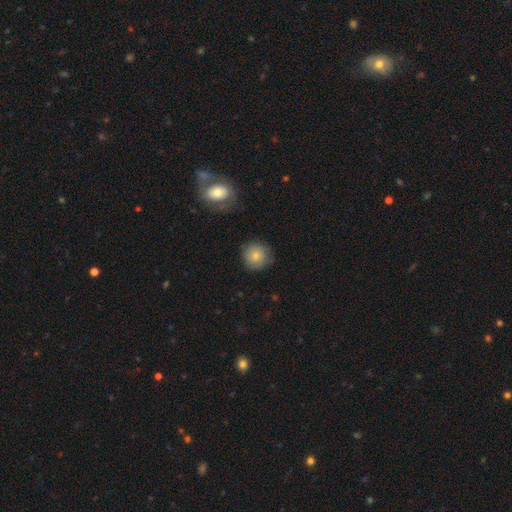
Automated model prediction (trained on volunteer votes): The model was most divided on "smooth or featured": smooth: 77%, featured or disk: 14%, star or artifact: 9%. More confident: how rounded — round (93%); merging — none (80%).